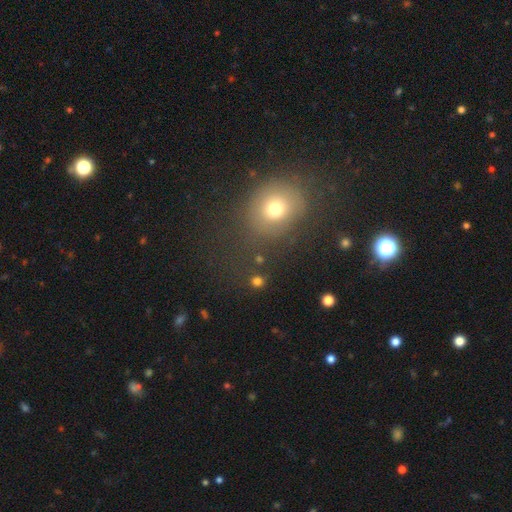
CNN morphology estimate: smooth-or-featured: smooth: 63% | star or artifact: 25% | featured or disk: 11%
  how-rounded: round: 64% | in between: 34% | cigar-shaped: 1%
  merging: none: 76% | minor disturbance: 13% | major disturbance: 8% | merger: 3%